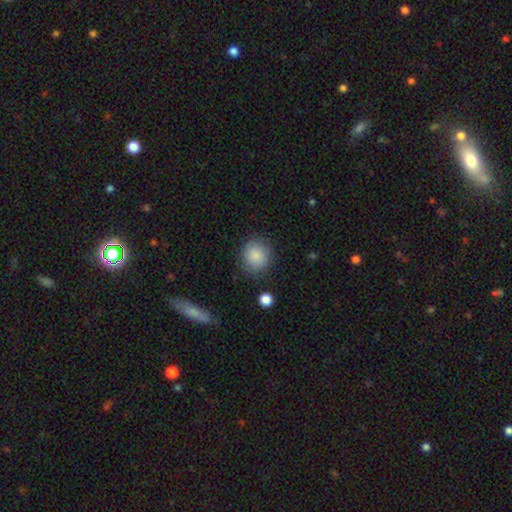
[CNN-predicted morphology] Smooth or featured? Predicted: smooth (p=0.87). How rounded? Predicted: round (p=0.85). Merging? Predicted: none (p=0.83).